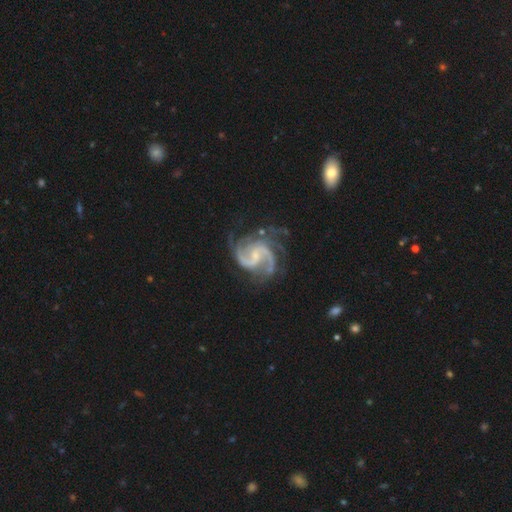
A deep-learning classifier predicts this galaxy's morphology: The model was most divided on "bar": weak: 52%, no: 32%, strong: 16%. More confident: edge-on disk — no (99%); spiral arms — yes (99%); smooth or featured — featured or disk (93%); merging — none (63%); bulge size — small (61%); spiral winding — medium (59%); spiral arm count — 2 (55%).